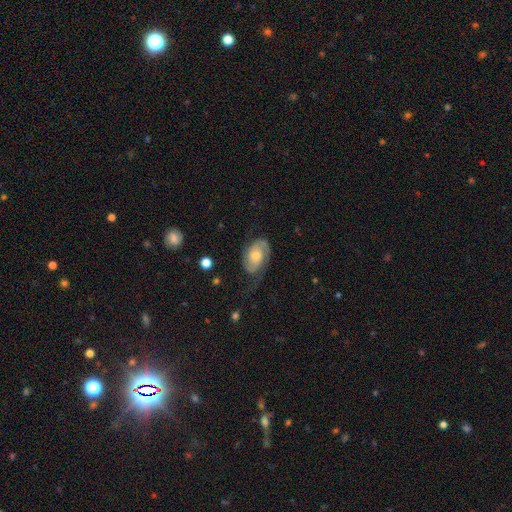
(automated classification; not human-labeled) This appears to be a featured or disk galaxy (70%) with no bar (66%), 2 (74%) medium (42%) spiral arms (92%) and a moderate central bulge (50%). Merging: none (55%).